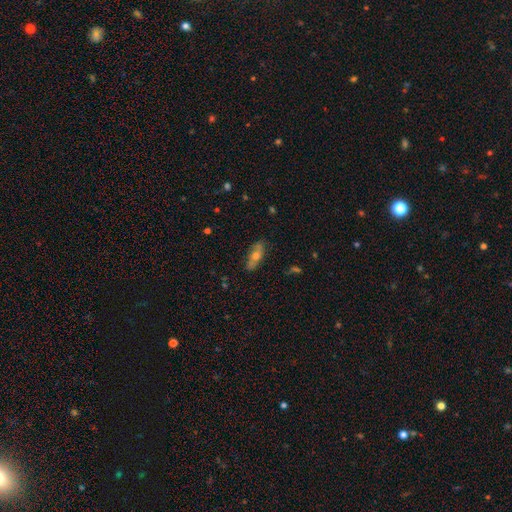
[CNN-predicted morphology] Smooth or featured: featured or disk — 47% (smooth — 43%)
Merging: none — 82% (minor disturbance — 13%)